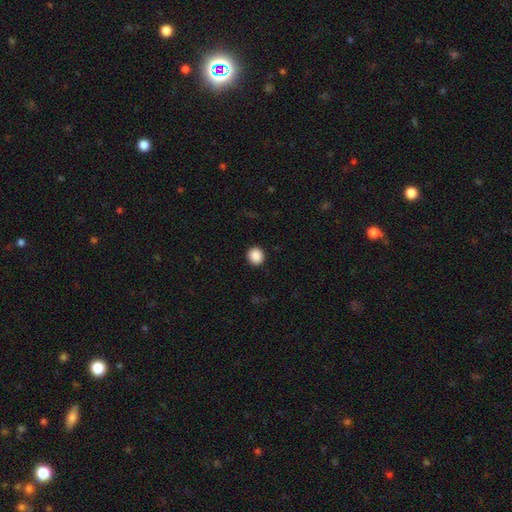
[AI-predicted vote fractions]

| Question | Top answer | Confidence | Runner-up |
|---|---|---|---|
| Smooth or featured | smooth | 89% | star or artifact (9%) |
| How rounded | round | 85% | in between (14%) |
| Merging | none | 92% | minor disturbance (5%) |